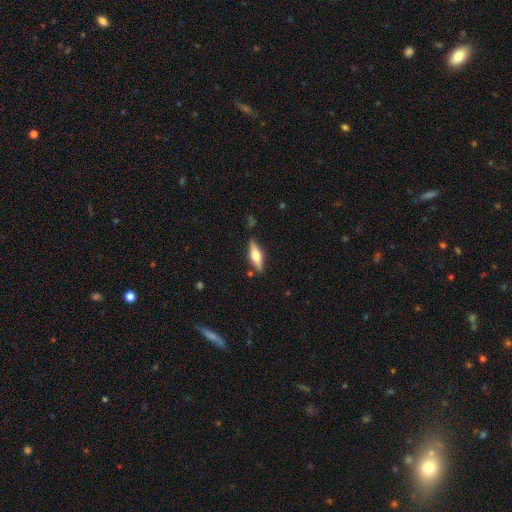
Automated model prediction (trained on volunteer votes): A featured or disk galaxy (54%) viewed edge-on (92%).

Vote fractions:
- Smooth or featured? featured or disk: 54% / smooth: 40% / star or artifact: 6%
- Edge-on disk? yes: 92% / no: 8%
- Merging? none: 84% / minor disturbance: 11% / major disturbance: 2% / merger: 2%